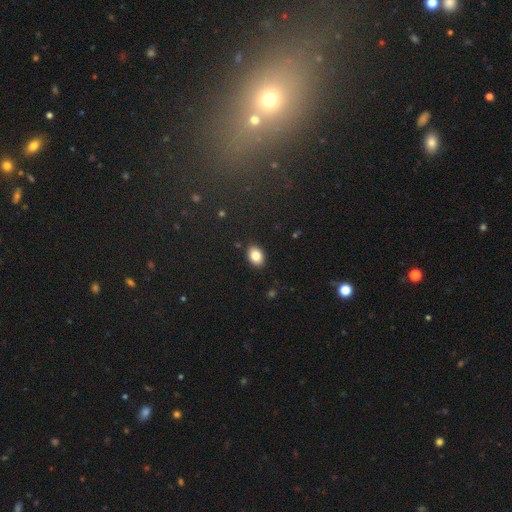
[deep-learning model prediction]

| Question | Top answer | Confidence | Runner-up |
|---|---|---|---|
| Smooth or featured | smooth | 84% | star or artifact (8%) |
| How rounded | in between | 78% | round (21%) |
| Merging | none | 89% | minor disturbance (8%) |